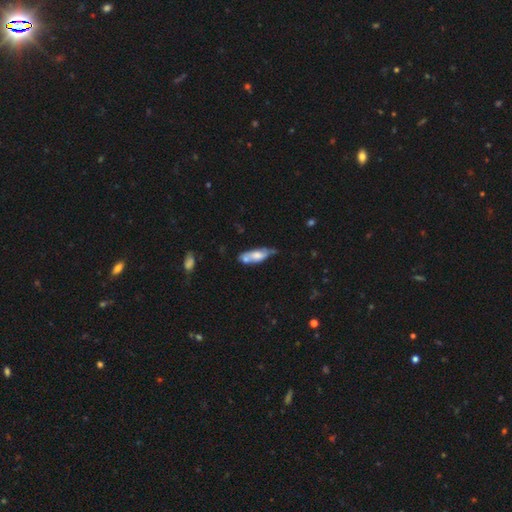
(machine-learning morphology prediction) Q: Smooth or featured?
A: smooth (56%); runner-up: featured or disk (37%)
Q: How rounded?
A: in between (61%); runner-up: cigar-shaped (36%)
Q: Merging?
A: none (43%); runner-up: minor disturbance (27%)